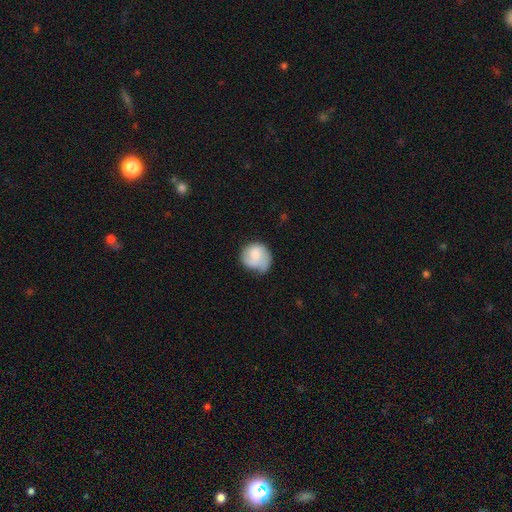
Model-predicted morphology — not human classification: smooth 67%, featured or disk 26%, star or artifact 7%. Down the decision tree: how rounded — round (76%); merging — none (42%).